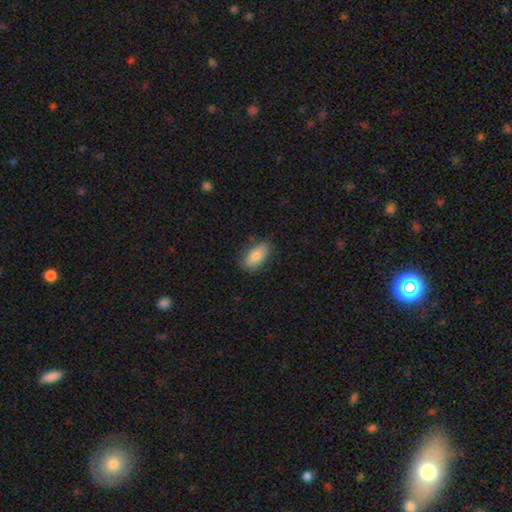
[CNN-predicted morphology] Smooth or featured?
  - smooth: 79% *
  - featured or disk: 15%
  - star or artifact: 7%
How rounded?
  - in between: 92% *
  - cigar-shaped: 4%
  - round: 4%
Merging?
  - none: 76% *
  - minor disturbance: 19%
  - major disturbance: 4%
  - merger: 1%